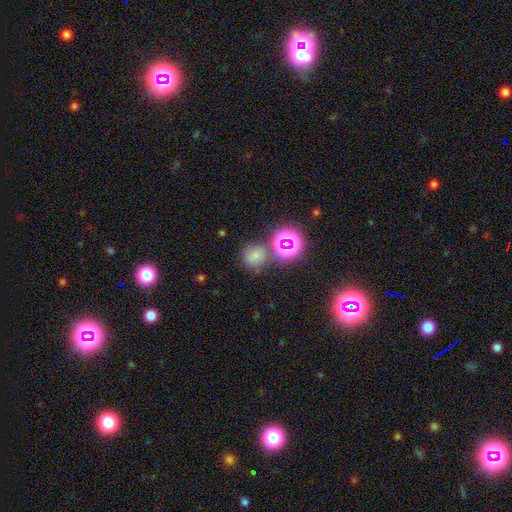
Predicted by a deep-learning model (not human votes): Q: Smooth or featured?
A: smooth (63%); runner-up: star or artifact (28%)
Q: How rounded?
A: round (82%); runner-up: in between (17%)
Q: Merging?
A: none (68%); runner-up: merger (14%)